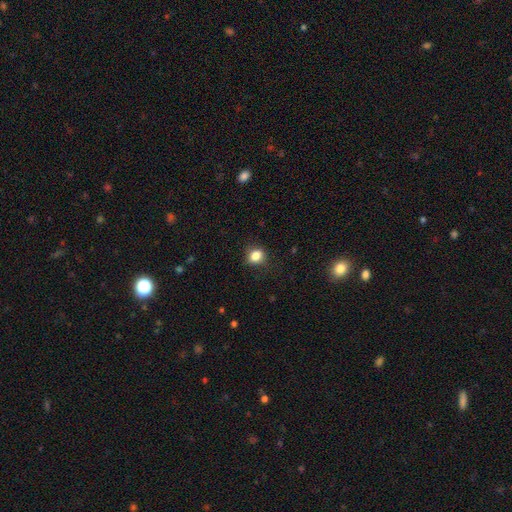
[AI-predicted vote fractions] The model was most divided on "how rounded": round: 56%, in between: 43%, cigar-shaped: 1%. More confident: smooth or featured — smooth (84%); merging — none (81%).